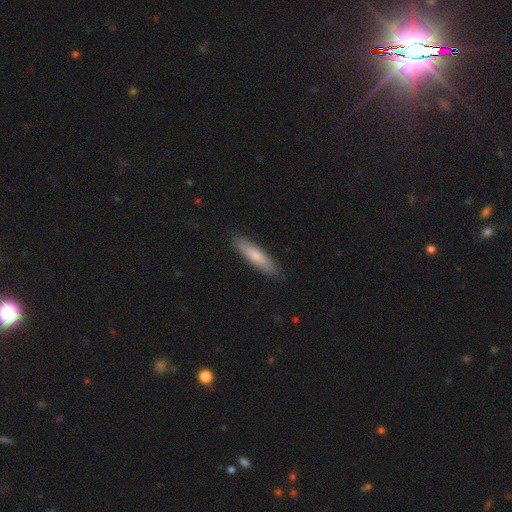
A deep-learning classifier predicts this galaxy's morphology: smooth_or_featured: smooth (p=0.76) [alt: featured or disk p=0.19]
how_rounded: cigar-shaped (p=0.81) [alt: in between p=0.18]
merging: none (p=0.89) [alt: minor disturbance p=0.09]